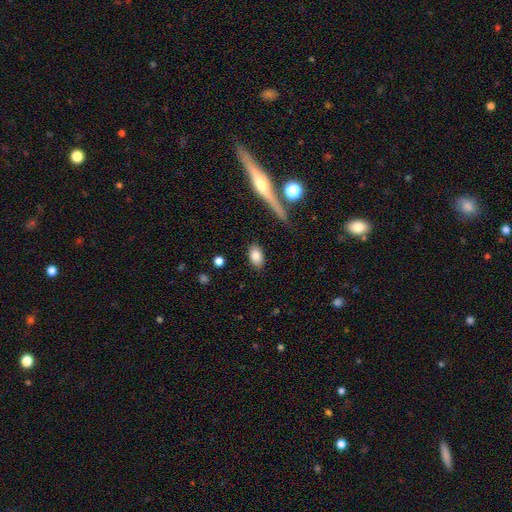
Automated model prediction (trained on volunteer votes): Overall: smooth (83%). How rounded: in between (88%). Merging: none (85%).